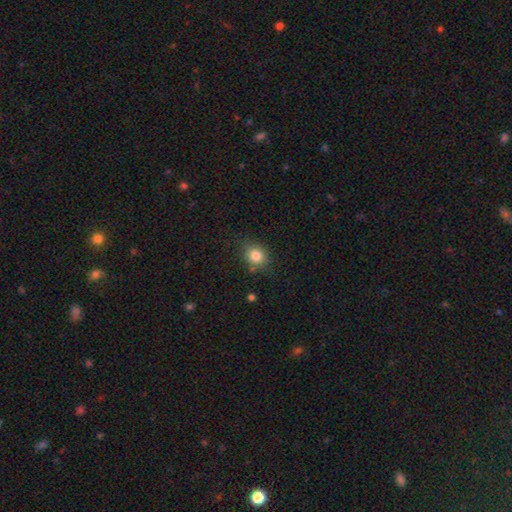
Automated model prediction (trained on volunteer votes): This appears to be a smooth galaxy with no disk features (83%) that is round (65%). Merging: none (78%).